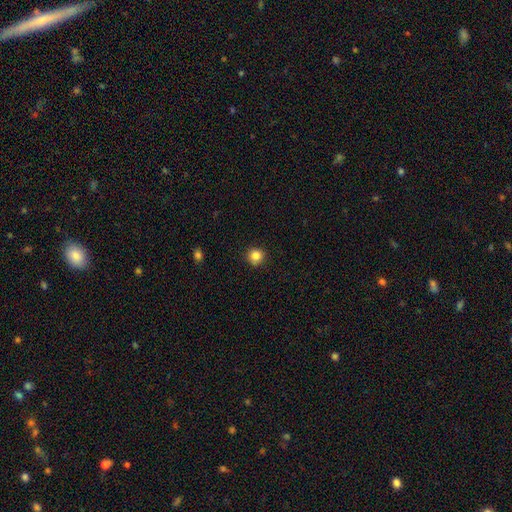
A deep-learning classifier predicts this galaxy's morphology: This is clearly a smooth galaxy (84%). How rounded: clearly round (93%). Merging: clearly none (88%).